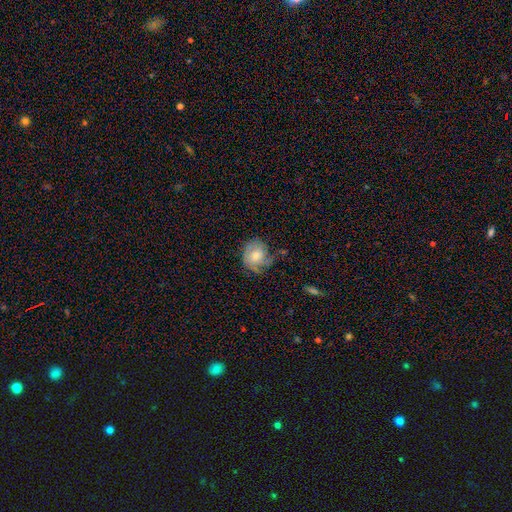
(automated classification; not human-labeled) A featured or disk galaxy (47%).

Vote fractions:
- Smooth or featured? featured or disk: 47% / smooth: 46% / star or artifact: 7%
- Merging? none: 48% / minor disturbance: 30% / major disturbance: 19% / merger: 3%